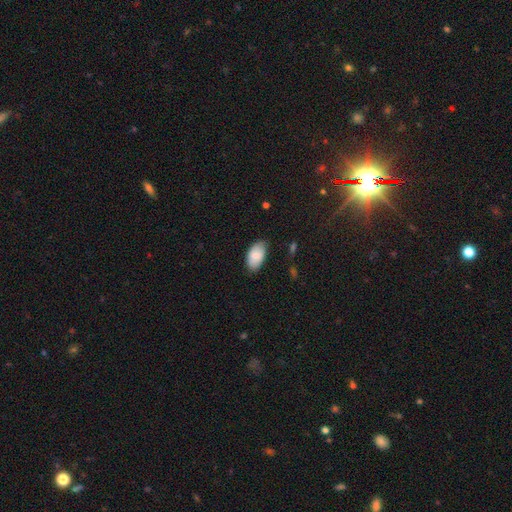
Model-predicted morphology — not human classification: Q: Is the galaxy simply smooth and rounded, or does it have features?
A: smooth — 80%.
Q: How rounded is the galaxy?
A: in between — 95%.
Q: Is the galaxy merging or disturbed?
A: none — 77%.